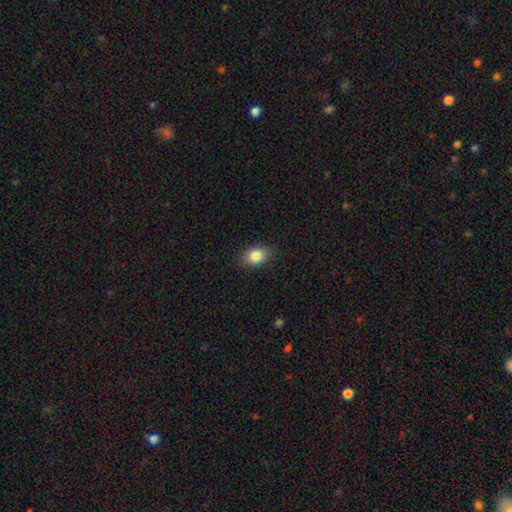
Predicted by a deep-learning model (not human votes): This appears to be a smooth galaxy with no disk features (85%) that is in between round and cigar-shaped (75%). Merging: none (87%).